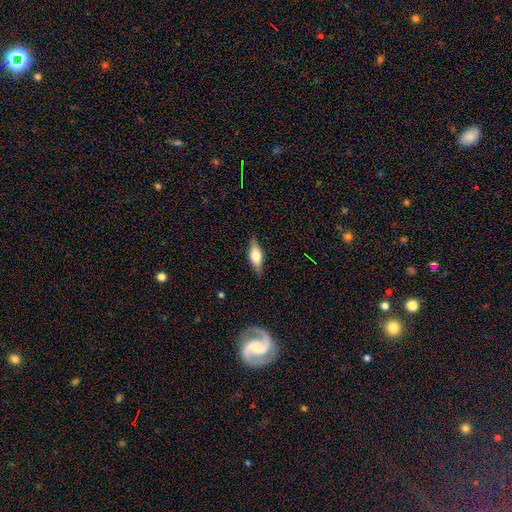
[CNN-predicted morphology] smooth_or_featured: smooth (p=0.50) [alt: featured or disk p=0.43]
merging: none (p=0.85) [alt: minor disturbance p=0.11]